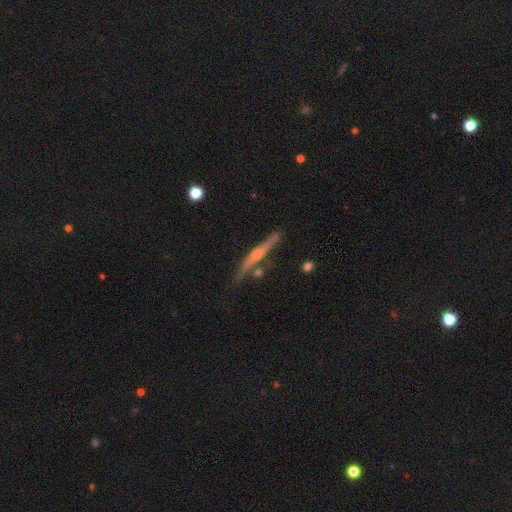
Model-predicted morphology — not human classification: The model was most divided on "edge-on bulge": rounded: 67%, none: 26%, boxy: 7%. More confident: edge-on disk — yes (97%); merging — none (78%); smooth or featured — featured or disk (70%).